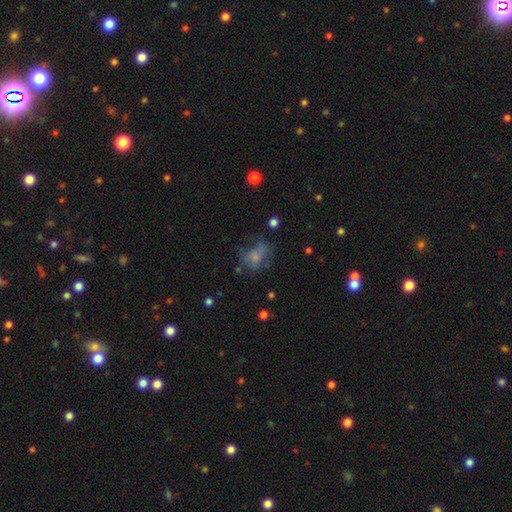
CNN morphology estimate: smooth 56%, featured or disk 28%, star or artifact 16%. Down the decision tree: how rounded — in between (60%); merging — none (35%).